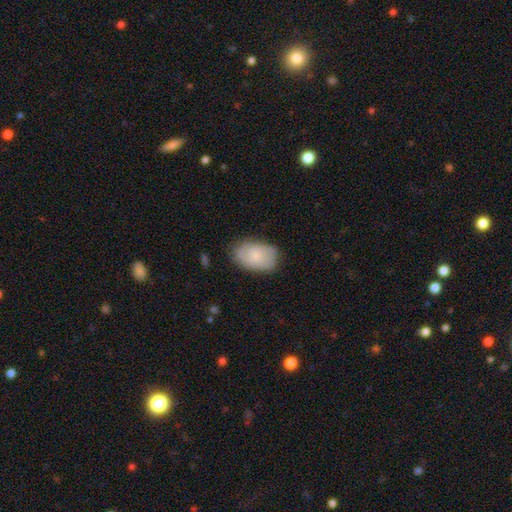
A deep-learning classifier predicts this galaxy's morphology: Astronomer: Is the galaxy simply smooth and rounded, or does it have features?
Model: featured or disk — 53% (runner-up: smooth, 40%).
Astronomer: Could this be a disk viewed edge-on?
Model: no — 96%.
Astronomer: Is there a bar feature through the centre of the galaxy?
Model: no — 77%.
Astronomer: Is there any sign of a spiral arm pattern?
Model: yes — 87%.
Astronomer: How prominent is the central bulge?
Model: small — 69%.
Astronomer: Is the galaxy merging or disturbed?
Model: none — 76%.